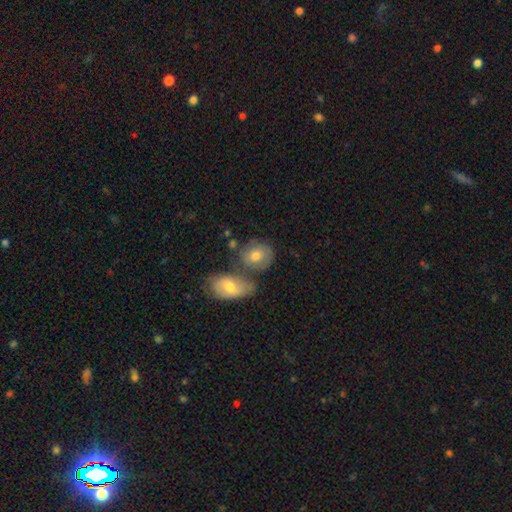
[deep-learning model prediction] smooth-or-featured: smooth: 59% | featured or disk: 34% | star or artifact: 7%
  how-rounded: in between: 49% (tied) | round: 49% (tied) | cigar-shaped: 2%
  merging: none: 43% | merger: 33% | minor disturbance: 17% | major disturbance: 7%